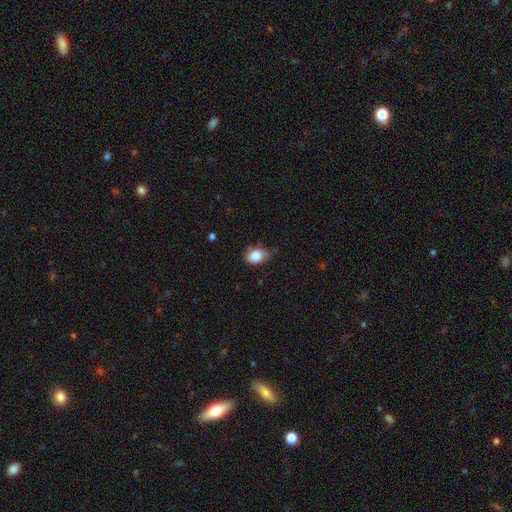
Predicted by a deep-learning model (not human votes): Q: Smooth or featured?
A: smooth (86%); runner-up: star or artifact (8%)
Q: How rounded?
A: in between (69%); runner-up: round (30%)
Q: Merging?
A: none (64%); runner-up: minor disturbance (29%)